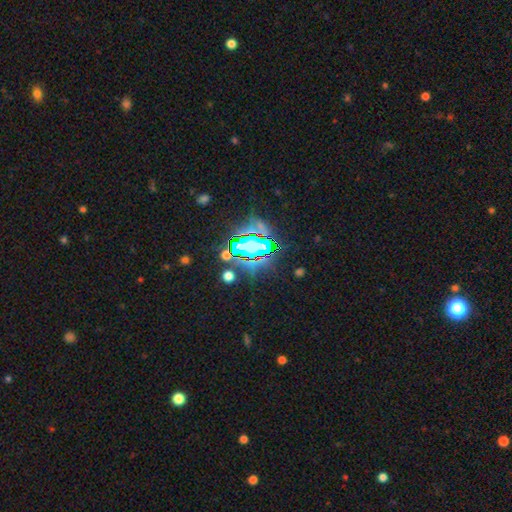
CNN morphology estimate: Smooth or featured? Predicted: star or artifact (p=0.71).